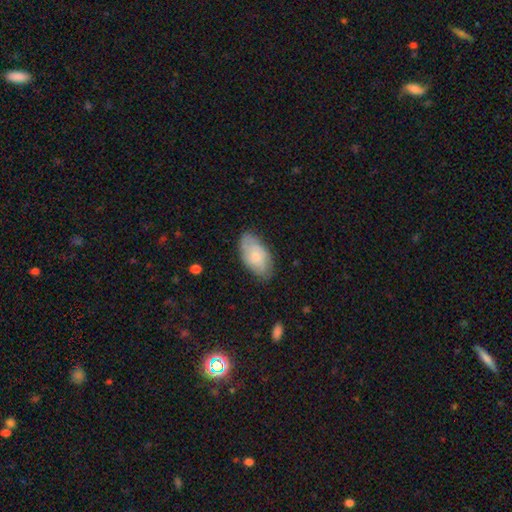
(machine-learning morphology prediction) This is possibly a smooth galaxy (53%). How rounded: clearly in between (93%). Merging: likely none (72%).